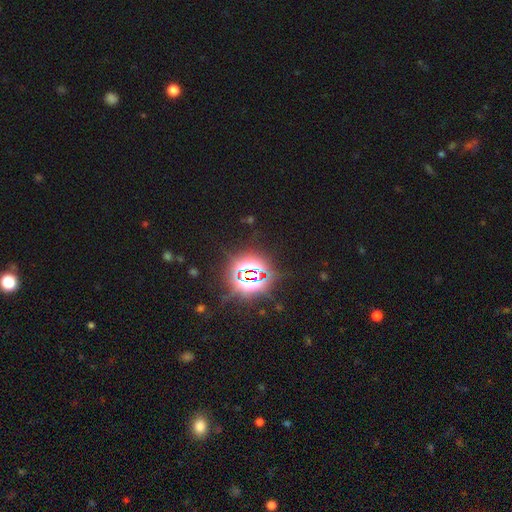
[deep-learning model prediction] The model was most divided on "smooth or featured": star or artifact: 86%, smooth: 9%, featured or disk: 6%.